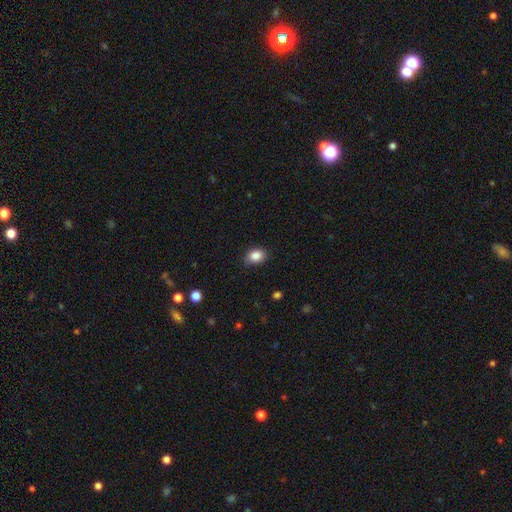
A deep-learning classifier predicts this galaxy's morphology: Overall: smooth (87%). How rounded: in between (68%; round 31%). Merging: none (80%).